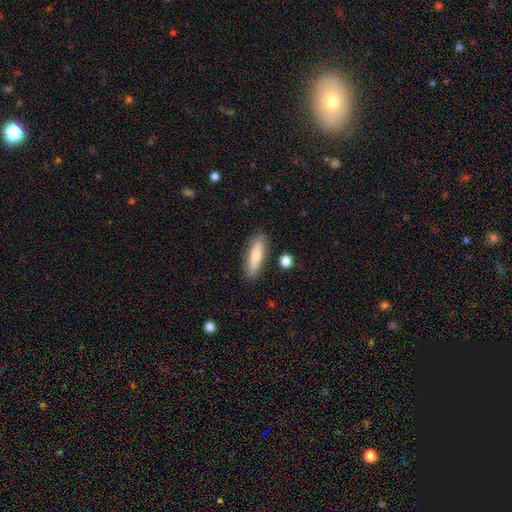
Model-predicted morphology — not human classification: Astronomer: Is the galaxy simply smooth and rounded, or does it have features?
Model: smooth — 66%.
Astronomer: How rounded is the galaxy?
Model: cigar-shaped — 63%.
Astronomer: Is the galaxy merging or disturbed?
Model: none — 84%.